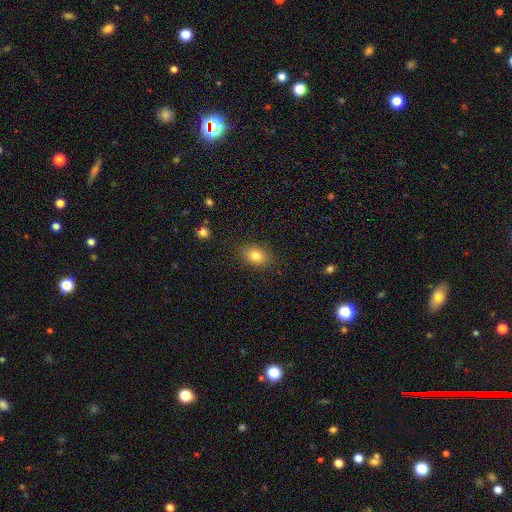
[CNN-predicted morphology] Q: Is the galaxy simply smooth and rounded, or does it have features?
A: smooth — 81%.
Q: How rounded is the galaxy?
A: in between — 71%.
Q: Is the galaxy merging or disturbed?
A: none — 87%.